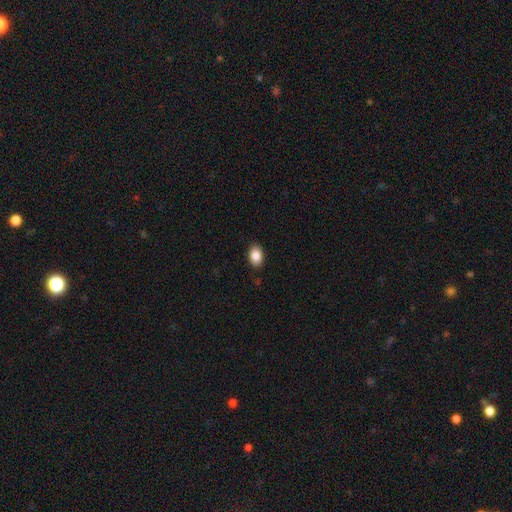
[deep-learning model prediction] smooth_or_featured: smooth (p=0.88) [alt: star or artifact p=0.07]
how_rounded: in between (p=0.86) [alt: round p=0.13]
merging: none (p=0.88) [alt: minor disturbance p=0.09]